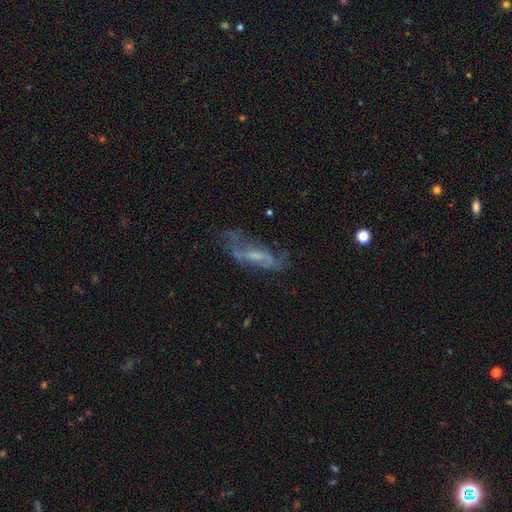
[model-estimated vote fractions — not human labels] Smooth or featured? Predicted: featured or disk (p=0.60). Edge-on disk? Predicted: no (p=0.78). Merging? Predicted: none (p=0.50).